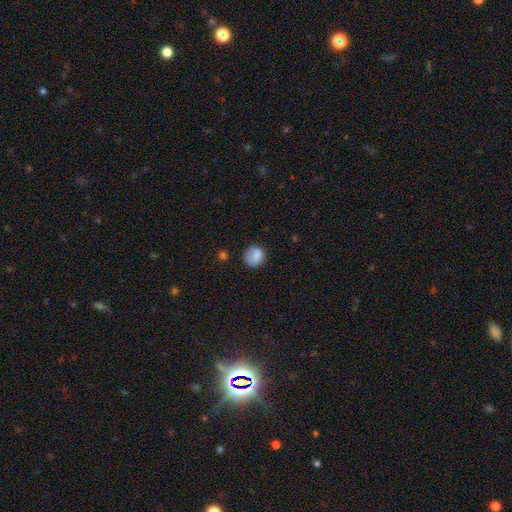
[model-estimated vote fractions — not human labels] Smooth or featured?
  - smooth: 83% *
  - star or artifact: 9%
  - featured or disk: 8%
How rounded?
  - round: 80% *
  - in between: 19%
  - cigar-shaped: 1%
Merging?
  - none: 67% *
  - minor disturbance: 22%
  - major disturbance: 8%
  - merger: 3%